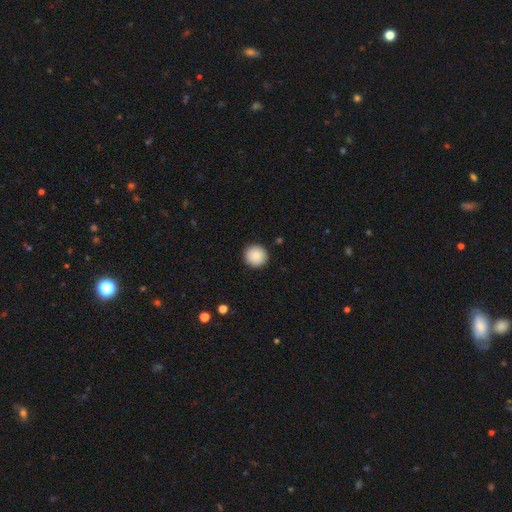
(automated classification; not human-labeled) Smooth or featured?
  - smooth: 87% *
  - star or artifact: 8%
  - featured or disk: 5%
How rounded?
  - round: 95% *
  - in between: 4%
  - cigar-shaped: 1%
Merging?
  - none: 92% *
  - minor disturbance: 5%
  - major disturbance: 2%
  - merger: 1%